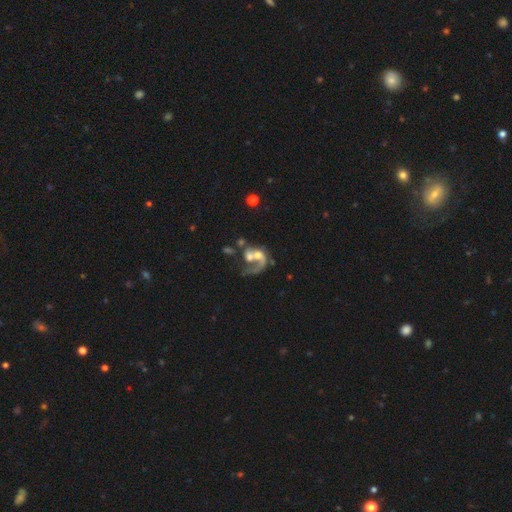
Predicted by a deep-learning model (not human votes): Morphology: type=featured or disk (72%); edge-on=no (98%); bar=no (71%); spiral arms=yes (77%); winding=loose (62%); arm count=1 (81%); bulge=moderate (49%); merging=merger (47%).